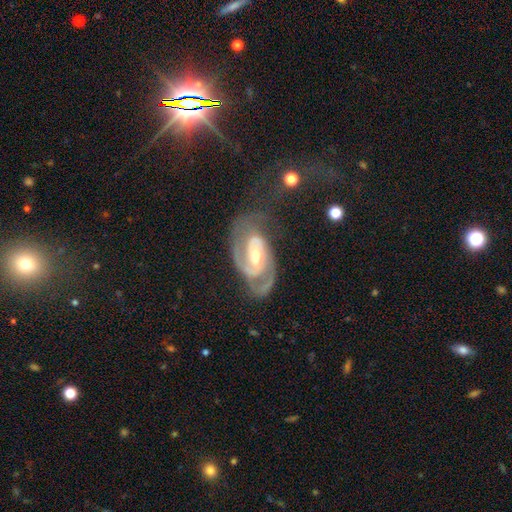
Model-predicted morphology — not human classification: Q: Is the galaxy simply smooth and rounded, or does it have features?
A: featured or disk — 88%.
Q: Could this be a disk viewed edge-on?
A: no — 97%.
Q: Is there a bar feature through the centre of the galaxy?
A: weak — 45%.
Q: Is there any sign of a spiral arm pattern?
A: yes — 96%.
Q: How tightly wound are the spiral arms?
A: tight — 50%.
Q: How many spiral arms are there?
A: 2 — 72%.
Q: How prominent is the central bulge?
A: moderate — 60%.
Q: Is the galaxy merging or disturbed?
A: none — 51%.